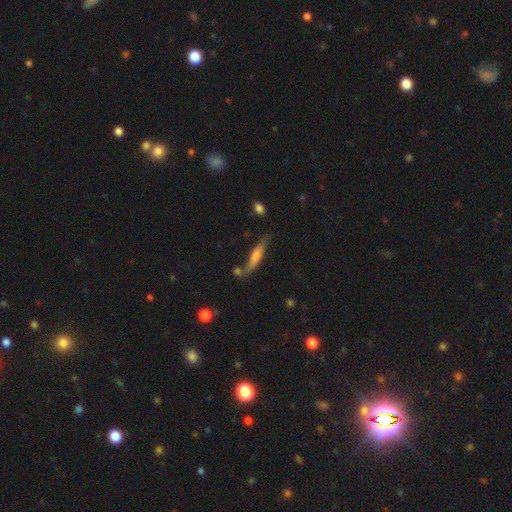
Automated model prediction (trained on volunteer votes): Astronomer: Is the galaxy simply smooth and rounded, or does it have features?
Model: featured or disk — 46% (runner-up: smooth, 44%).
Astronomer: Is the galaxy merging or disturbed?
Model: none — 72%.